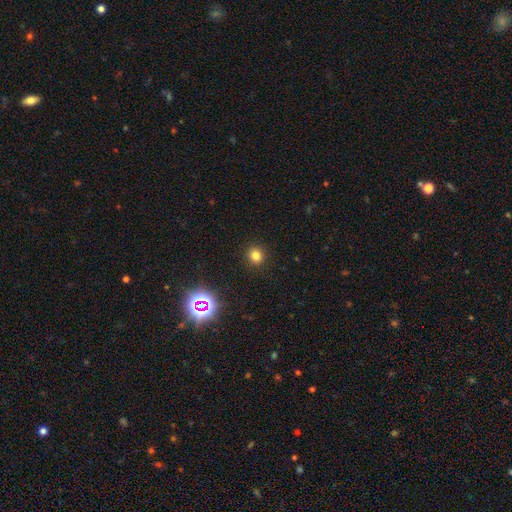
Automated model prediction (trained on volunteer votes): Overall: smooth (77%). How rounded: round (86%). Merging: none (91%).